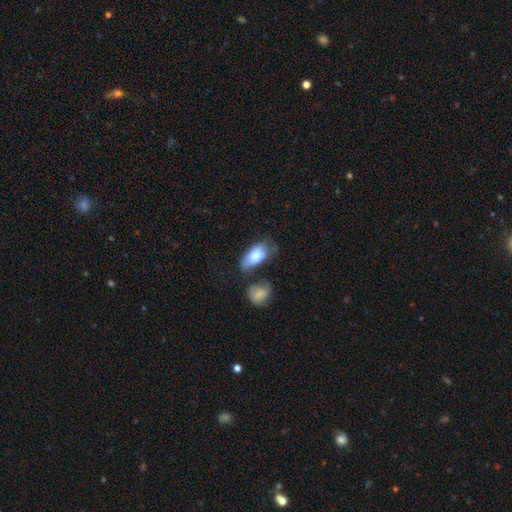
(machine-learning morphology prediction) smooth 79%, featured or disk 15%, star or artifact 7%. Down the decision tree: how rounded — in between (91%); merging — none (38%).